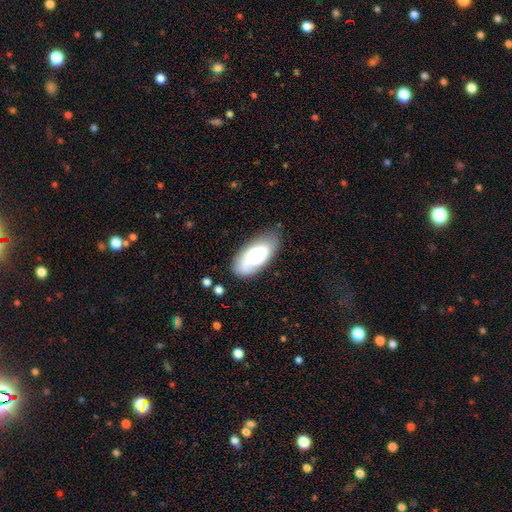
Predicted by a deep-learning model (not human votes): Smooth or featured? smooth (53%)
How rounded? in between (91%)
Merging? none (67%)